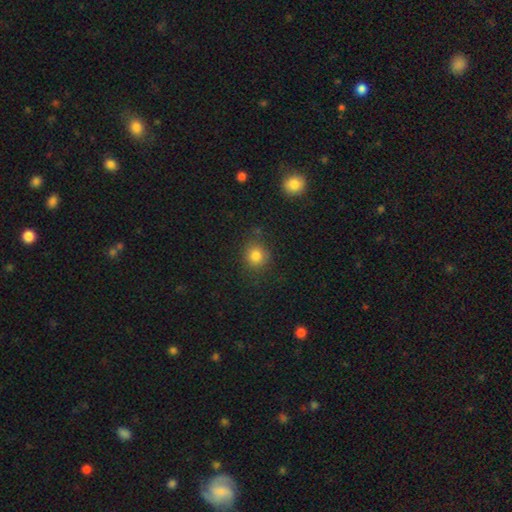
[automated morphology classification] type=smooth (81%); roundness=round (83%); merging=none (82%).